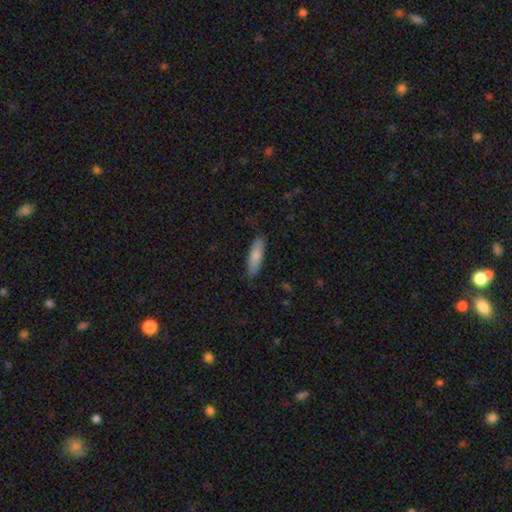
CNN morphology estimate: smooth_or_featured: smooth (p=0.81) [alt: featured or disk p=0.13]
how_rounded: cigar-shaped (p=0.60) [alt: in between p=0.39]
merging: none (p=0.83) [alt: minor disturbance p=0.13]